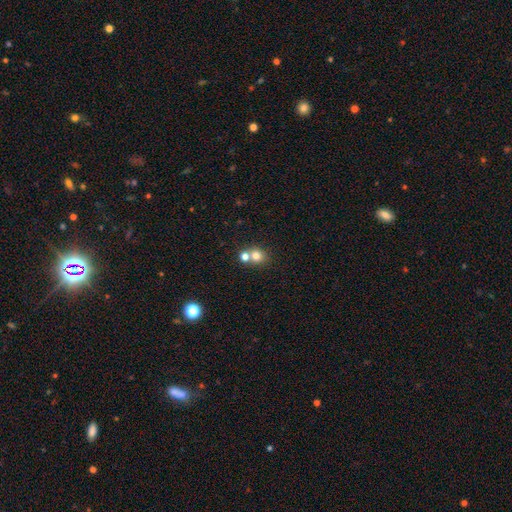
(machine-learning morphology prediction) This is likely a smooth galaxy (75%). How rounded: likely round (80%). Merging: possibly none (46%).